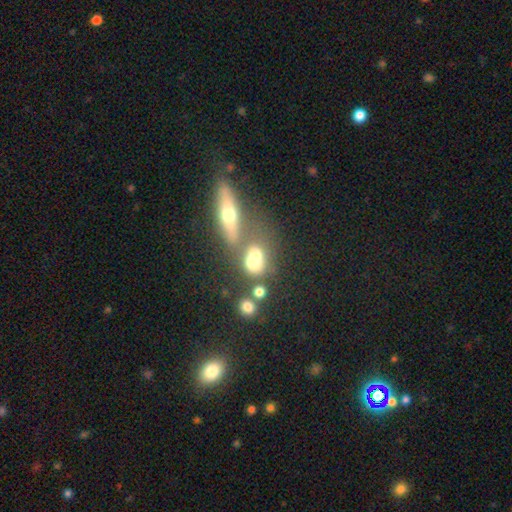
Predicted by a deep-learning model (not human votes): The model was most divided on "how rounded": in between: 52%, round: 42%, cigar-shaped: 6%. Remaining: smooth or featured — smooth (62%); merging — merger (50%).